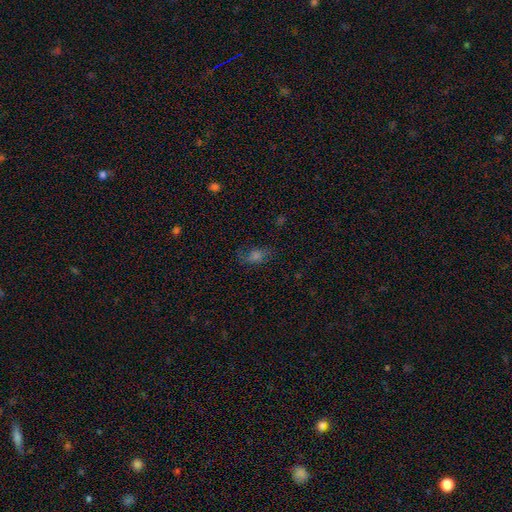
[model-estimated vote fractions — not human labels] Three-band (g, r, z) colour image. It shows a smooth galaxy with no disk features (50%). Merging: none (64%).